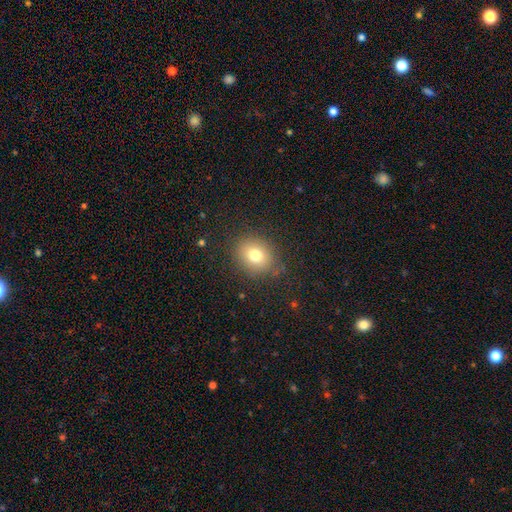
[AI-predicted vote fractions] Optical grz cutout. It shows a smooth galaxy with no disk features (75%) that is round (68%). Merging: none (88%).